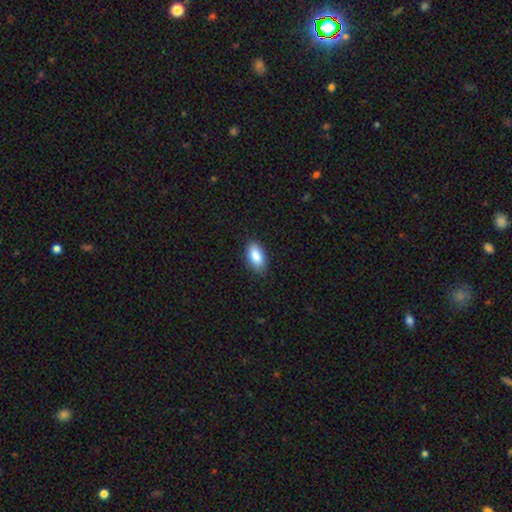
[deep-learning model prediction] Smooth or featured?
  - smooth: 87% *
  - star or artifact: 7%
  - featured or disk: 6%
How rounded?
  - in between: 92% *
  - cigar-shaped: 4%
  - round: 3%
Merging?
  - none: 86% *
  - minor disturbance: 11%
  - major disturbance: 2%
  - merger: 1%